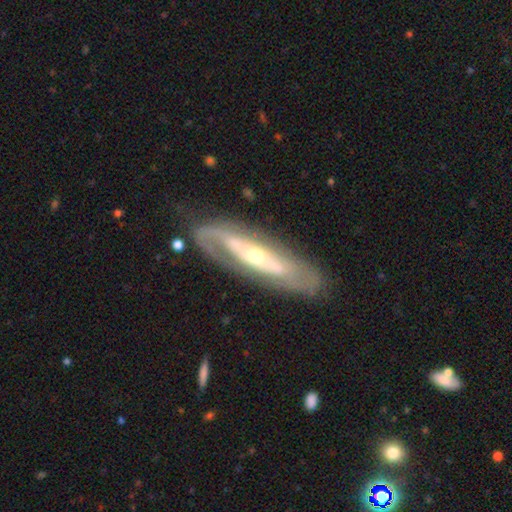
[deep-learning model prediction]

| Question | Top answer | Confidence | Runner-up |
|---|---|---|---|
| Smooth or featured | featured or disk | 80% | smooth (15%) |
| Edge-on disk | no | 78% | yes (22%) |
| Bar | no | 58% | weak (23%) |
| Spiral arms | yes | 76% | no (24%) |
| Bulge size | small | 52% | moderate (42%) |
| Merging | none | 74% | minor disturbance (16%) |